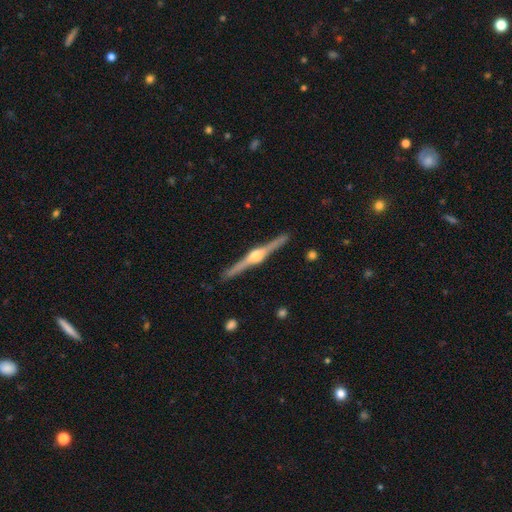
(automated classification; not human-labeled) Overall: featured or disk (88%). Edge-on disk: yes (99%). Edge-on bulge: rounded (94%). Merging: none (92%).